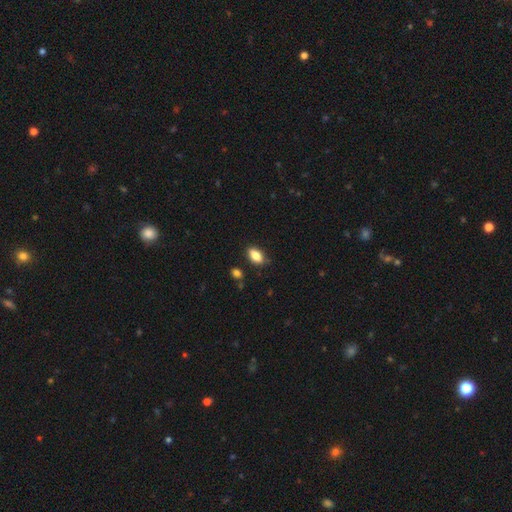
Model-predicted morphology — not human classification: The model was most divided on "merging": none: 83%, minor disturbance: 13%, major disturbance: 2%, merger: 2%. More confident: how rounded — in between (89%); smooth or featured — smooth (84%).